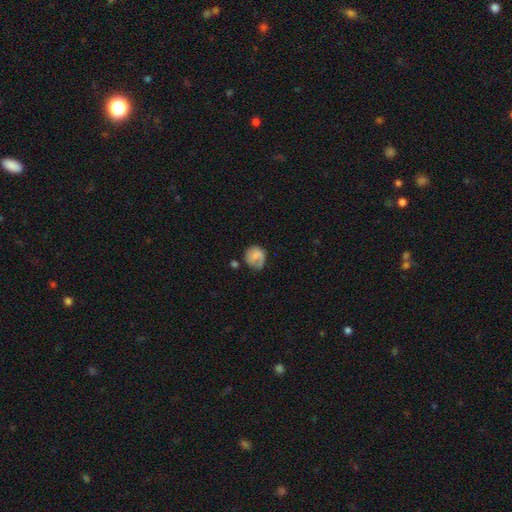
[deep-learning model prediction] Morphology: type=smooth (54%); roundness=round (73%); merging=none (48%).